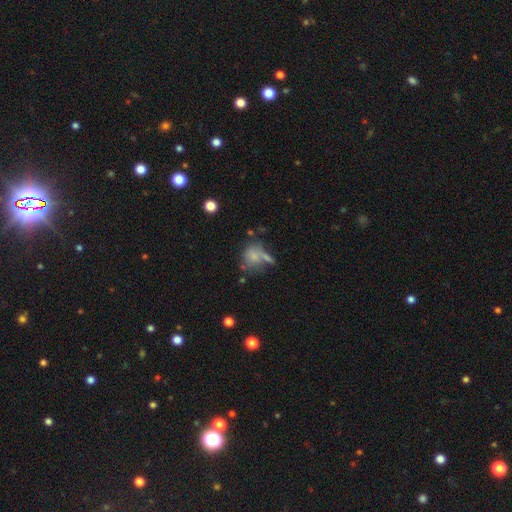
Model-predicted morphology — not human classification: Smooth or featured? smooth (71%)
How rounded? round (63%)
Merging? none (44%)